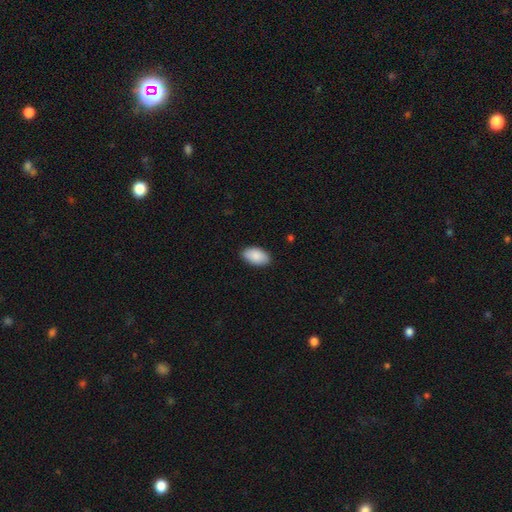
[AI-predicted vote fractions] This is clearly a smooth galaxy (89%). How rounded: clearly in between (95%). Merging: clearly none (88%).